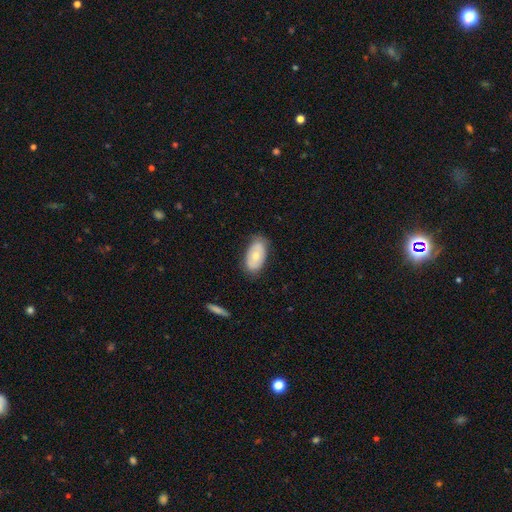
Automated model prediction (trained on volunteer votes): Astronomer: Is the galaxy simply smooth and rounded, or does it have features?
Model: smooth — 55% (runner-up: featured or disk, 39%).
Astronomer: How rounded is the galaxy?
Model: in between — 92%.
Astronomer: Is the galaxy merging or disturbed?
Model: none — 76%.